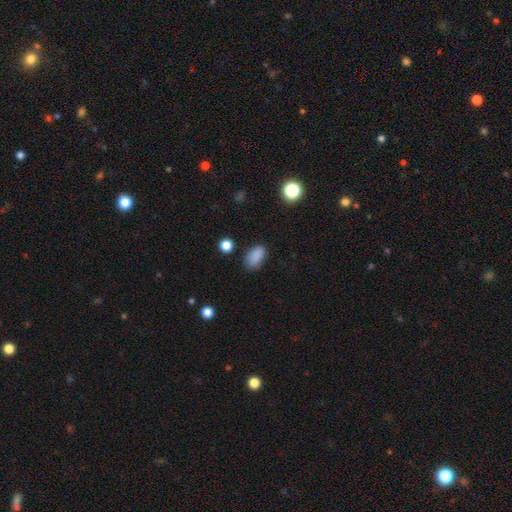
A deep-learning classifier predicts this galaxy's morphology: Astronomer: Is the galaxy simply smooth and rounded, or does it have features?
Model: smooth — 86%.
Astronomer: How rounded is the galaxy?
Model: in between — 90%.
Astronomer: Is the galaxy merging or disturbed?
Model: none — 77%.